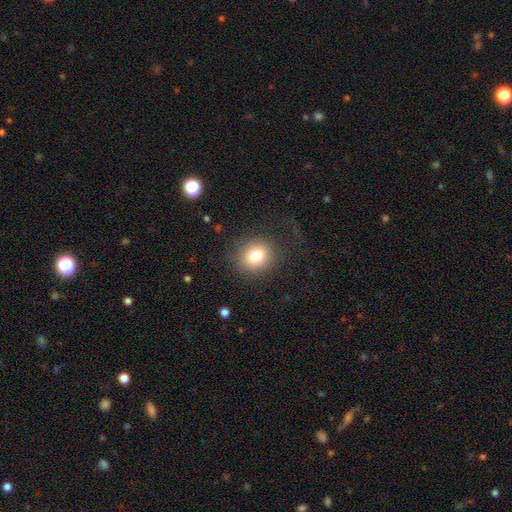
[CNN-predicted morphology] Q: Smooth or featured?
A: smooth (78%); runner-up: star or artifact (12%)
Q: How rounded?
A: round (77%); runner-up: in between (22%)
Q: Merging?
A: none (82%); runner-up: minor disturbance (10%)